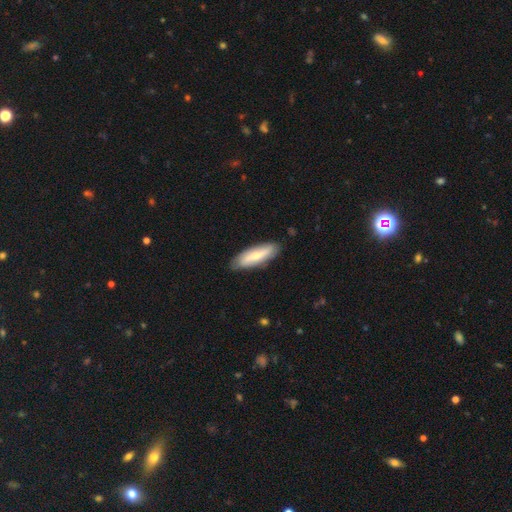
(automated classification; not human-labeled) The model was most divided on "how rounded": in between: 52%, cigar-shaped: 46%, round: 2%. More confident: merging — none (84%); smooth or featured — smooth (56%).